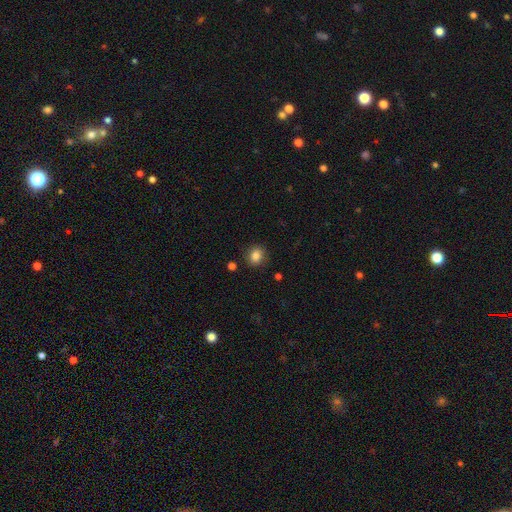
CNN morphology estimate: Smooth or featured? smooth (85%)
How rounded? round (70%)
Merging? none (86%)